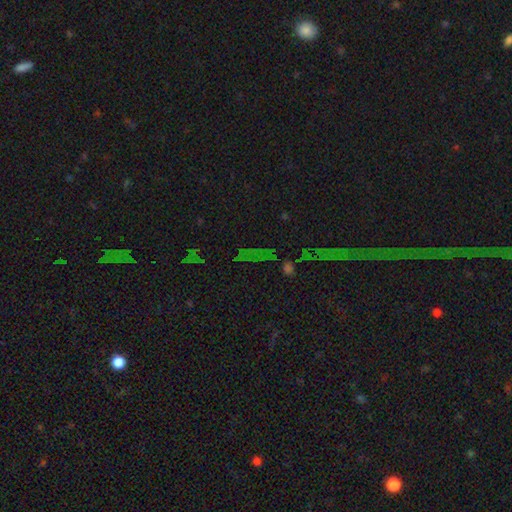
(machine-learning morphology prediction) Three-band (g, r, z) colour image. It shows a star or artifact, not a galaxy (73%).